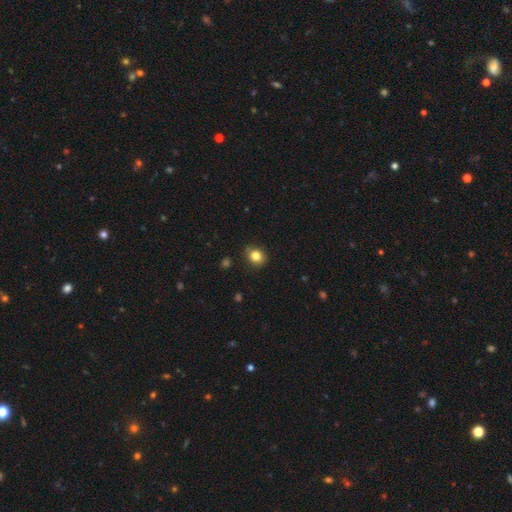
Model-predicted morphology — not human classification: The model was most divided on "how rounded": round: 68%, in between: 31%, cigar-shaped: 1%. More confident: merging — none (86%); smooth or featured — smooth (83%).